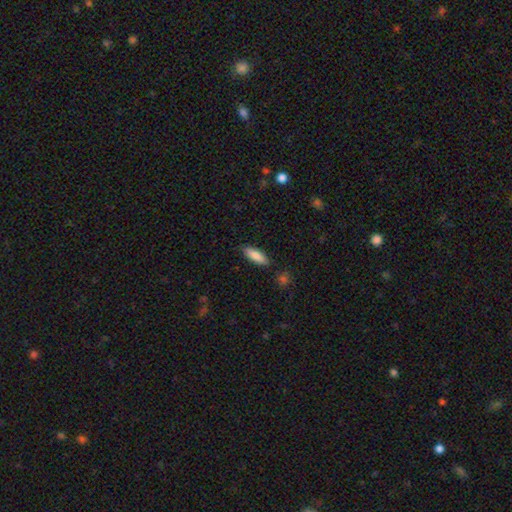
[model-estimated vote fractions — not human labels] Smooth or featured?
  - smooth: 86% *
  - featured or disk: 8%
  - star or artifact: 6%
How rounded?
  - in between: 57% *
  - cigar-shaped: 41%
  - round: 2%
Merging?
  - none: 86% *
  - minor disturbance: 10%
  - major disturbance: 2%
  - merger: 2%